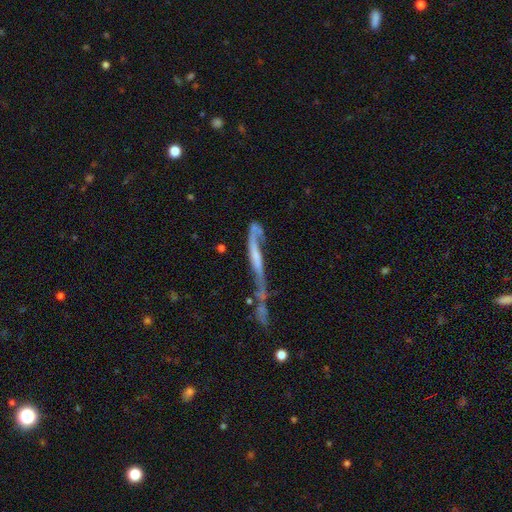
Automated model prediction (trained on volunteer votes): Smooth or featured? featured or disk (64%)
Edge-on disk? no (52%)
Merging? merger (35%)